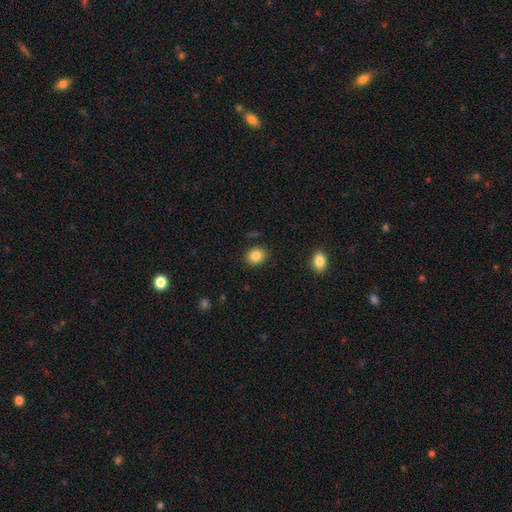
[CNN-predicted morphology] smooth-or-featured: smooth: 86% | star or artifact: 9% | featured or disk: 5%
  how-rounded: round: 59% | in between: 41% | cigar-shaped: 1%
  merging: none: 86% | minor disturbance: 9% | major disturbance: 3% | merger: 2%